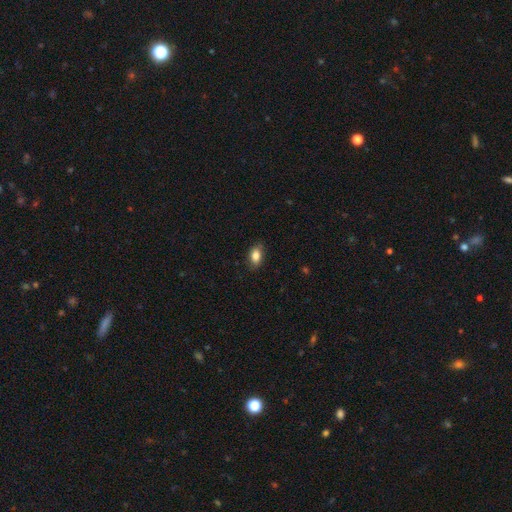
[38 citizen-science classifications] Smooth or featured? 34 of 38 (89%) said smooth. How rounded? 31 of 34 (91%) said in between. Merging? 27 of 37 (73%) said none.